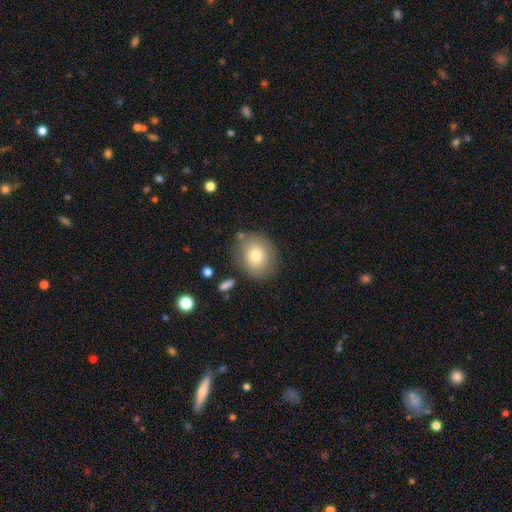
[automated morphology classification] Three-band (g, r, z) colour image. It shows a smooth galaxy with no disk features (78%) that is round (58%). Merging: none (78%).